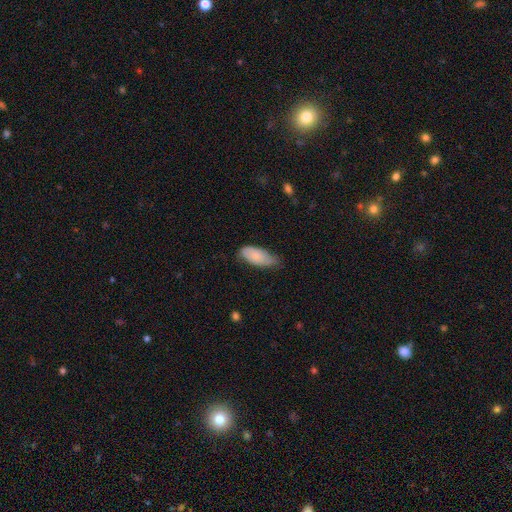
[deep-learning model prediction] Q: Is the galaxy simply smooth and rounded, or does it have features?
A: smooth — 81%.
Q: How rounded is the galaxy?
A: in between — 86%.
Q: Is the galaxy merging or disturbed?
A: none — 50%.